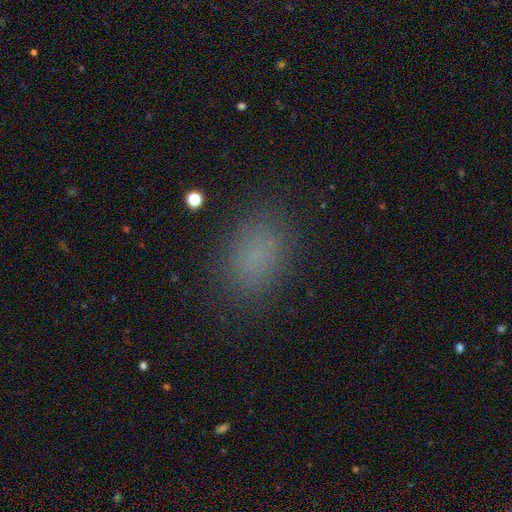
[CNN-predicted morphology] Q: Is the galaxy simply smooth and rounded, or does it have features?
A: smooth — 79%.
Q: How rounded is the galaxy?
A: in between — 78%.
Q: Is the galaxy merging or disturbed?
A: none — 84%.